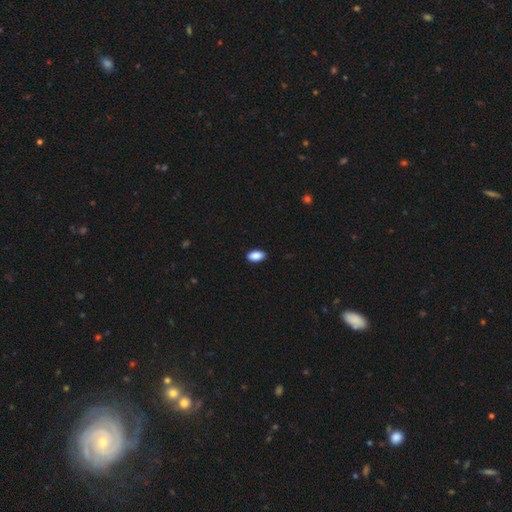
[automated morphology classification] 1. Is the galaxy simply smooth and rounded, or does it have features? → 90% smooth, 7% star or artifact, 3% featured or disk.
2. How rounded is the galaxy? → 94% in between, 4% round, 2% cigar-shaped.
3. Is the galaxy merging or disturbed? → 90% none, 8% minor disturbance, 2% major disturbance, 1% merger.